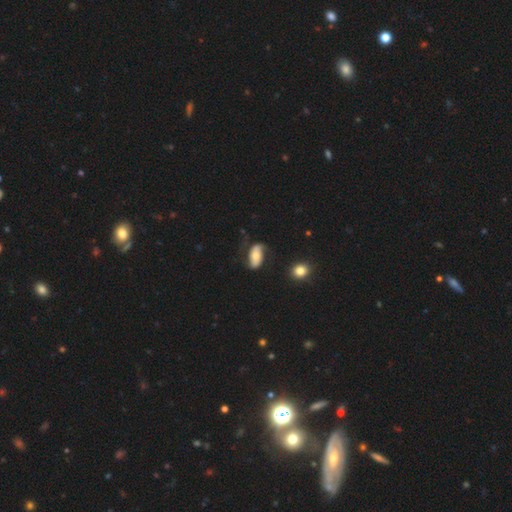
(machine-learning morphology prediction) The model was most divided on "smooth or featured": smooth: 53%, featured or disk: 40%, star or artifact: 7%. More confident: how rounded — in between (89%); merging — none (56%).